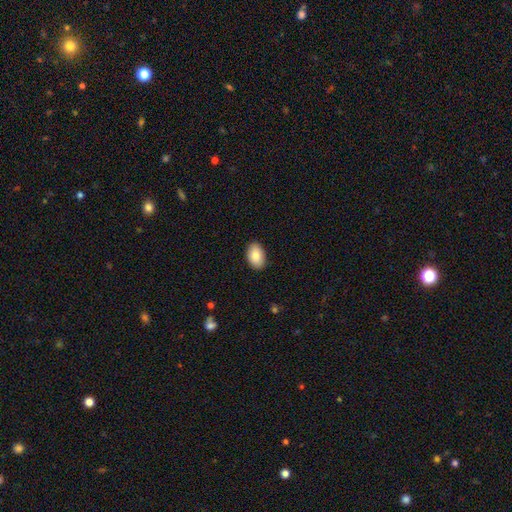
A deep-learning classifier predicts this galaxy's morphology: smooth_or_featured: smooth (p=0.84) [alt: featured or disk p=0.09]
how_rounded: in between (p=0.90) [alt: round p=0.09]
merging: none (p=0.88) [alt: minor disturbance p=0.09]